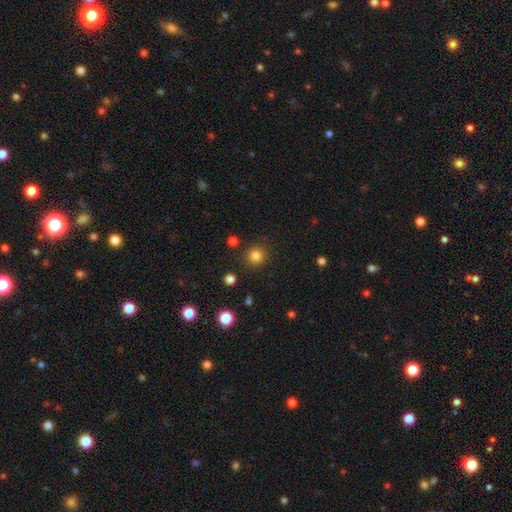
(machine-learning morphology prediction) smooth_or_featured: smooth (p=0.82) [alt: star or artifact p=0.13]
how_rounded: round (p=0.93) [alt: in between p=0.06]
merging: none (p=0.89) [alt: minor disturbance p=0.06]